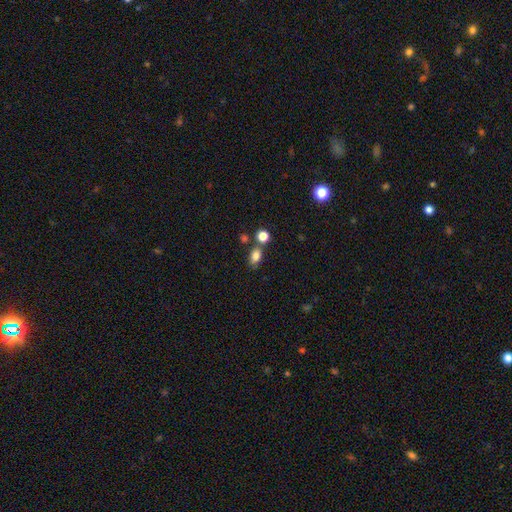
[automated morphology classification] smooth 83%, star or artifact 11%, featured or disk 6%. Down the decision tree: how rounded — in between (79%); merging — none (66%).